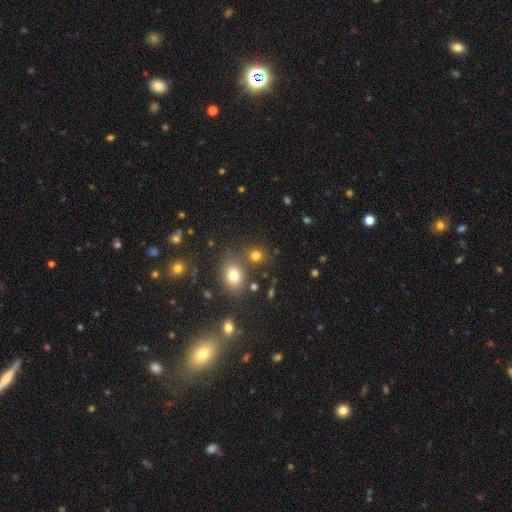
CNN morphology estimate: Smooth or featured? Predicted: smooth (p=0.73). How rounded? Predicted: round (p=0.76). Merging? Predicted: none (p=0.71).